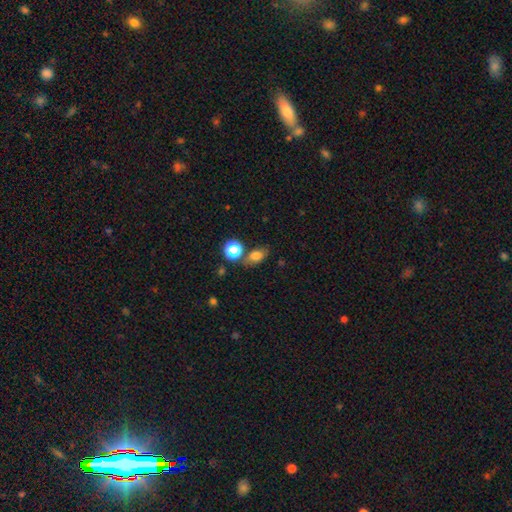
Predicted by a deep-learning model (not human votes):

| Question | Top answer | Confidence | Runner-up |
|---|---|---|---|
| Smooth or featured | smooth | 75% | star or artifact (13%) |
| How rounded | in between | 71% | round (26%) |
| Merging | none | 66% | minor disturbance (15%) |